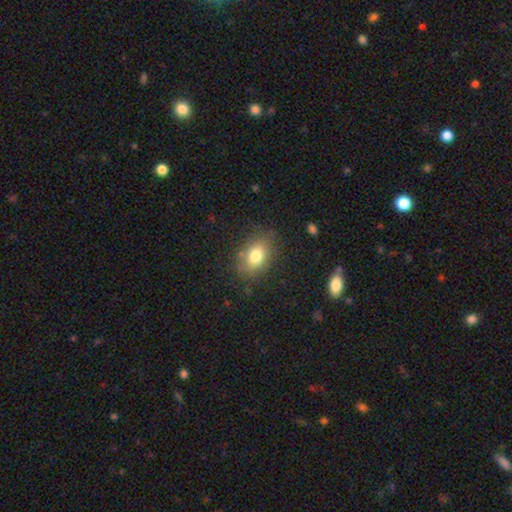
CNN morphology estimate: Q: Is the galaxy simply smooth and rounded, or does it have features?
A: smooth — 78%.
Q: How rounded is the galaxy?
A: in between — 77%.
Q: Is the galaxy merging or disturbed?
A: none — 79%.